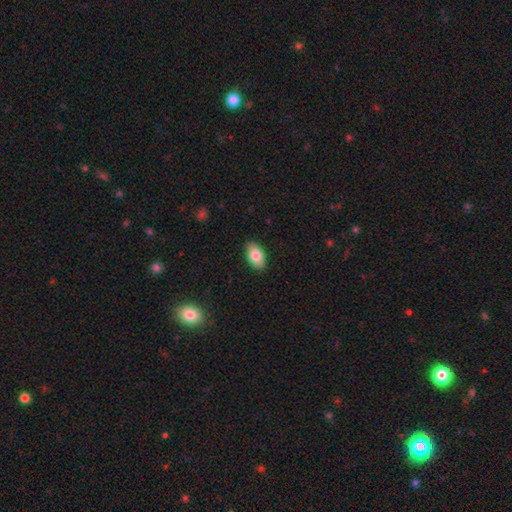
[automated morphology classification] Smooth or featured: smooth — 83% (featured or disk — 10%)
How rounded: in between — 93% (round — 6%)
Merging: none — 88% (minor disturbance — 9%)